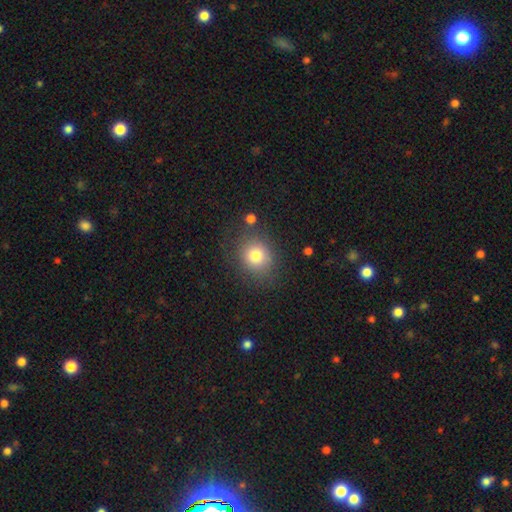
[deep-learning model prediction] Smooth or featured? smooth (77%)
How rounded? round (75%)
Merging? none (77%)